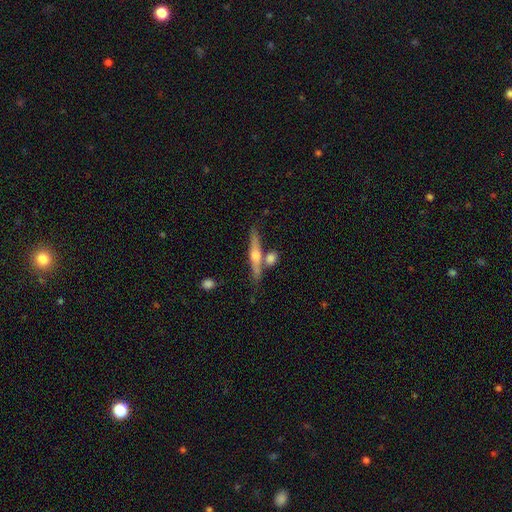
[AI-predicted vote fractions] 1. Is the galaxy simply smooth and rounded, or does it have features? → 66% featured or disk, 27% smooth, 7% star or artifact.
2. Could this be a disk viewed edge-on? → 96% yes, 4% no.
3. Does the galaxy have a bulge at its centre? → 85% rounded, 8% boxy, 7% none.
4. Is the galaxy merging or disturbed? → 70% none, 17% merger, 10% minor disturbance, 3% major disturbance.